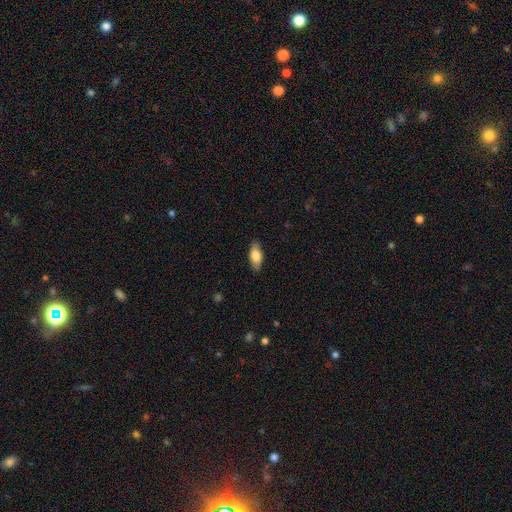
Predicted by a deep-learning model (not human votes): This appears to be a smooth galaxy with no disk features (76%) that is in between round and cigar-shaped (82%). Merging: none (86%).